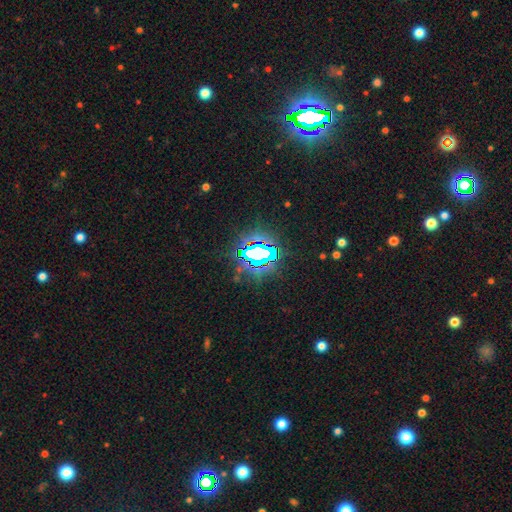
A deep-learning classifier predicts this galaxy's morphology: Smooth or featured?
  - star or artifact: 73% *
  - smooth: 14%
  - featured or disk: 14%